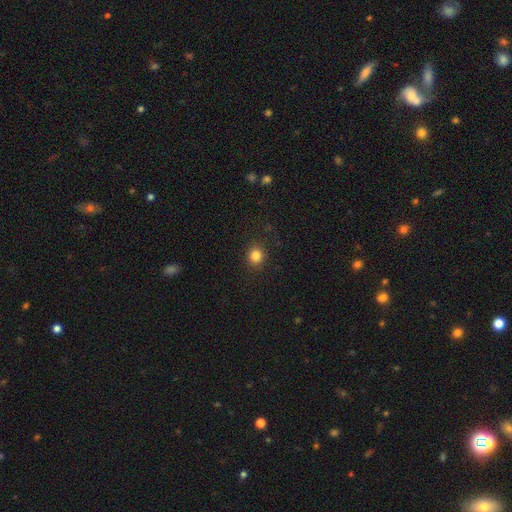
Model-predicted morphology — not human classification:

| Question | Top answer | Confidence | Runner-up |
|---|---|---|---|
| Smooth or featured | smooth | 83% | star or artifact (12%) |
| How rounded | round | 85% | in between (14%) |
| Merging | none | 90% | minor disturbance (7%) |